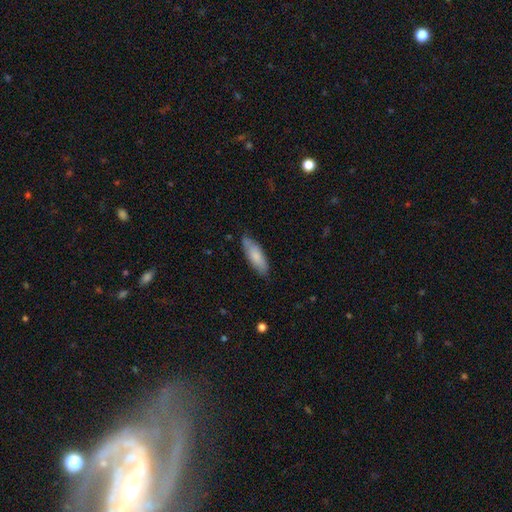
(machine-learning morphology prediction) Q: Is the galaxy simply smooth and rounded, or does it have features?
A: smooth — 78%.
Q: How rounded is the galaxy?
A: in between — 57%.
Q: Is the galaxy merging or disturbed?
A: none — 77%.